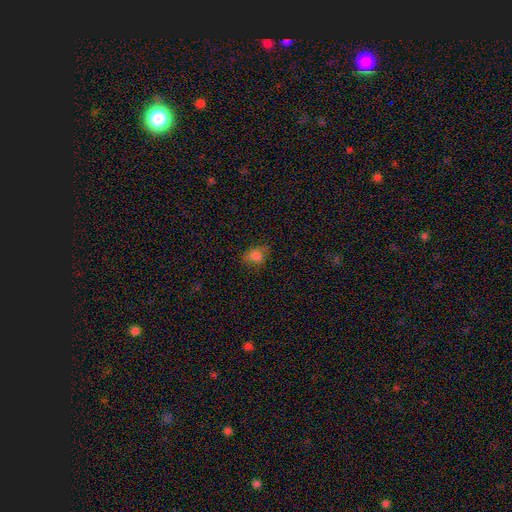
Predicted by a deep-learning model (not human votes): This is likely a smooth galaxy (78%). How rounded: possibly in between (54%). Merging: likely none (64%).